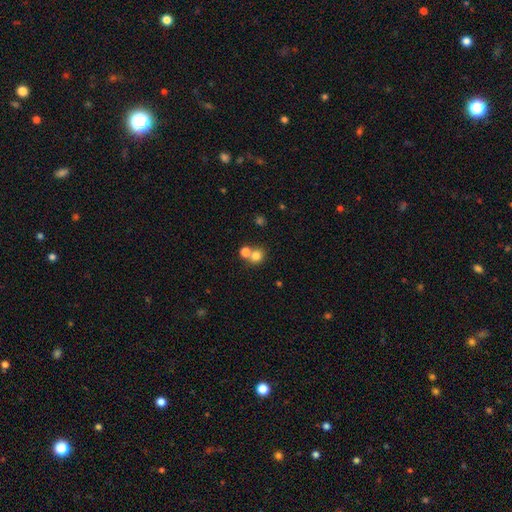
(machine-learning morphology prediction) A smooth galaxy with no disk features (78%) that is round (83%).

Vote fractions:
- Smooth or featured? smooth: 78% / star or artifact: 13% / featured or disk: 9%
- How rounded? round: 83% / in between: 16% / cigar-shaped: 1%
- Merging? none: 50% / merger: 41% / minor disturbance: 6% / major disturbance: 3%